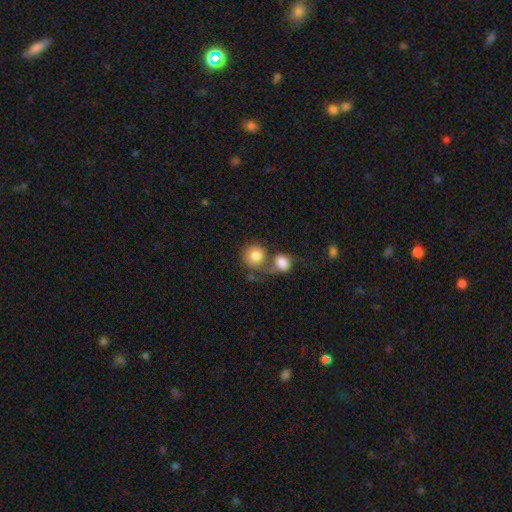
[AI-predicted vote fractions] smooth-or-featured: smooth: 82% | featured or disk: 11% | star or artifact: 7%
  how-rounded: round: 84% | in between: 15% | cigar-shaped: 1%
  merging: merger: 51% | none: 33% | minor disturbance: 10% | major disturbance: 7%